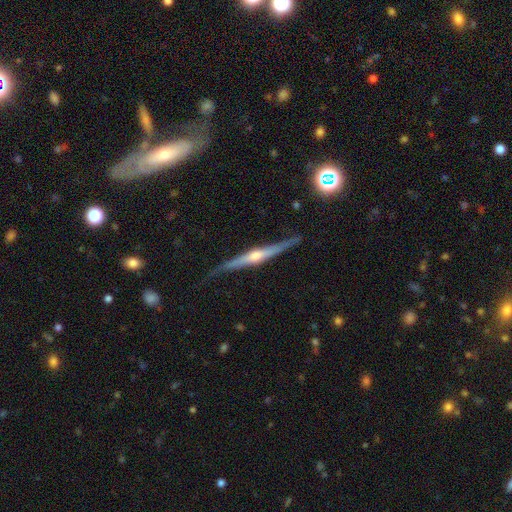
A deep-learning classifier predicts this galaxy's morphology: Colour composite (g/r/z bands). It shows a featured or disk galaxy (80%) viewed edge-on (97%) with a rounded central bulge (83%). Merging: none (80%).